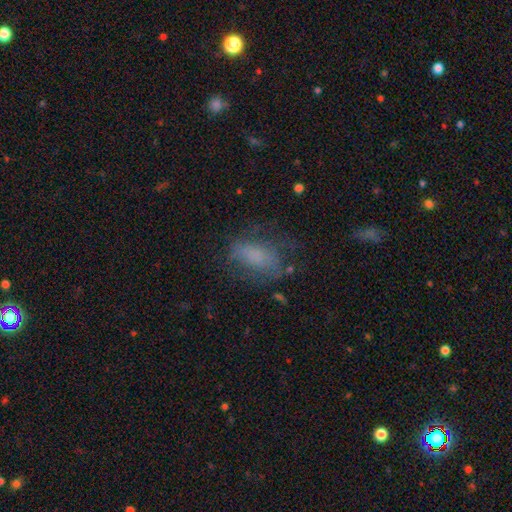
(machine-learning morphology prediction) smooth-or-featured: smooth: 61% | featured or disk: 26% | star or artifact: 13%
  how-rounded: in between: 85% | round: 9% | cigar-shaped: 6%
  merging: none: 52% | minor disturbance: 24% | major disturbance: 22% | merger: 2%